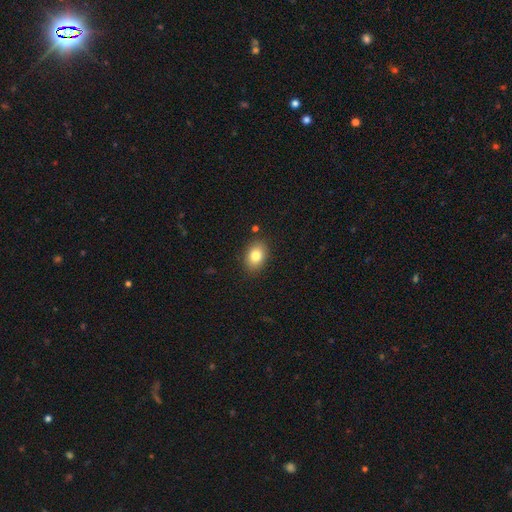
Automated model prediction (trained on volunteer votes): This is clearly a smooth galaxy (82%). How rounded: likely in between (76%). Merging: clearly none (87%).